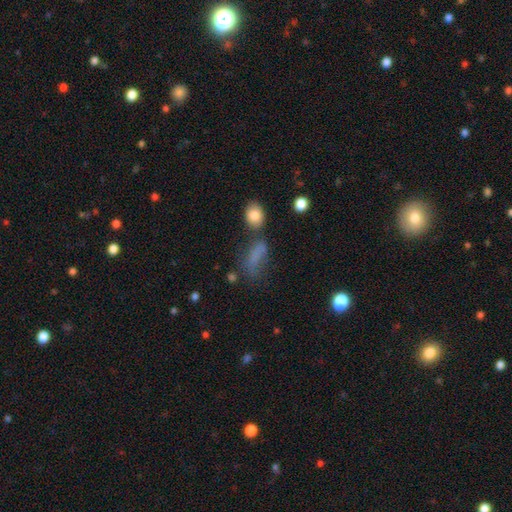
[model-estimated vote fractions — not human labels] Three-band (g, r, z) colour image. It shows a smooth galaxy with no disk features (65%) that is in between round and cigar-shaped (69%). Merging: none (35%).